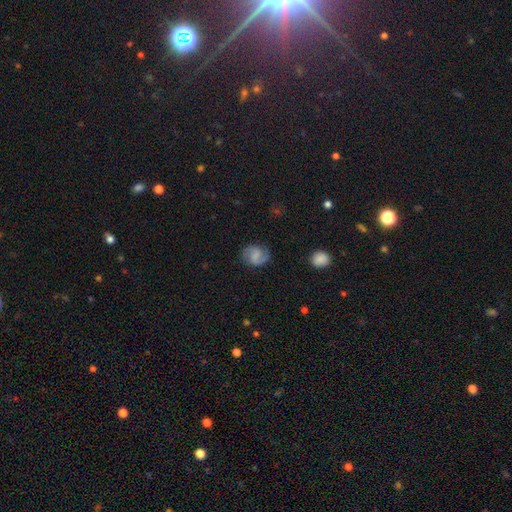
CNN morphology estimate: Smooth or featured: featured or disk — 65% (smooth — 27%)
Edge-on disk: no — 98% (yes — 2%)
Bar: weak — 49% (no — 31%)
Spiral arms: yes — 94% (no — 6%)
Spiral winding: medium — 50% (loose — 31%)
Spiral arm count: 2 — 89% (can't tell — 4%)
Bulge size: none — 53% (small — 22%)
Merging: none — 79% (minor disturbance — 14%)